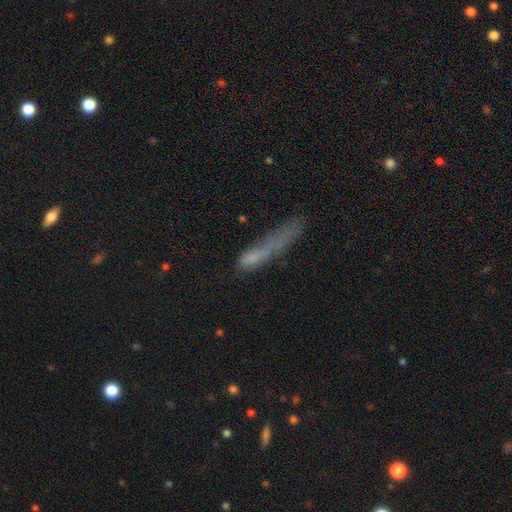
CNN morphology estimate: Q: Smooth or featured?
A: smooth (61%); runner-up: featured or disk (26%)
Q: How rounded?
A: cigar-shaped (80%); runner-up: in between (17%)
Q: Merging?
A: major disturbance (34%); runner-up: none (31%)